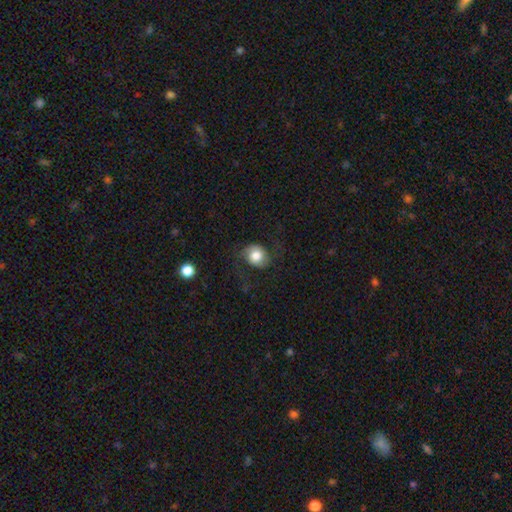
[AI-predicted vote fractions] Smooth or featured? Predicted: smooth (p=0.49). Merging? Predicted: none (p=0.64).